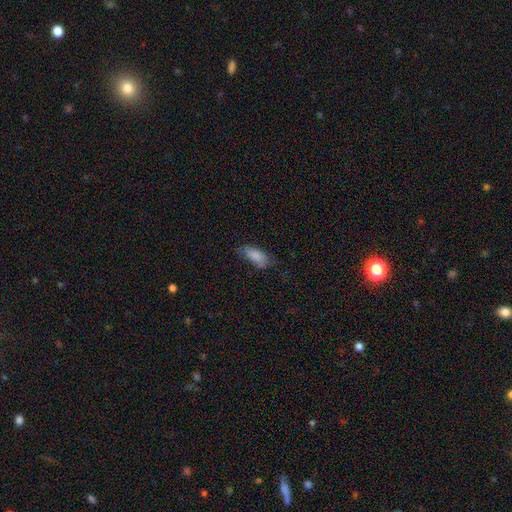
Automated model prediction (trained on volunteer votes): Morphology: type=smooth (83%); roundness=in between (85%); merging=none (57%).